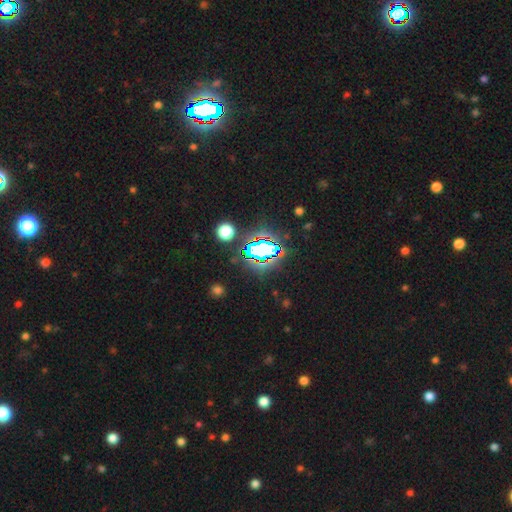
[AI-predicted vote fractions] The model was most divided on "smooth or featured": star or artifact: 78%, smooth: 15%, featured or disk: 8%.